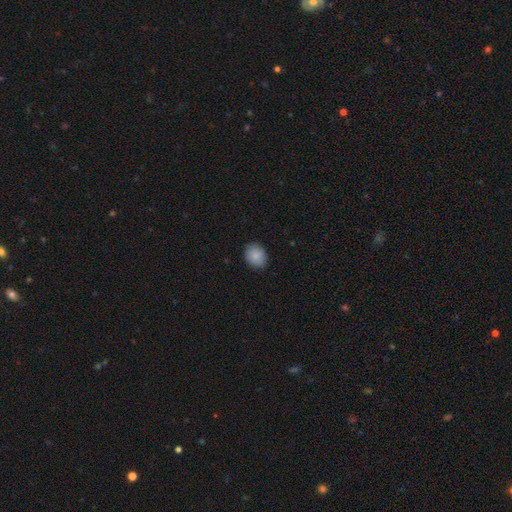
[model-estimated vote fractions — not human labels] smooth_or_featured: smooth (p=0.88) [alt: star or artifact p=0.07]
how_rounded: round (p=0.63) [alt: in between p=0.36]
merging: none (p=0.86) [alt: minor disturbance p=0.10]